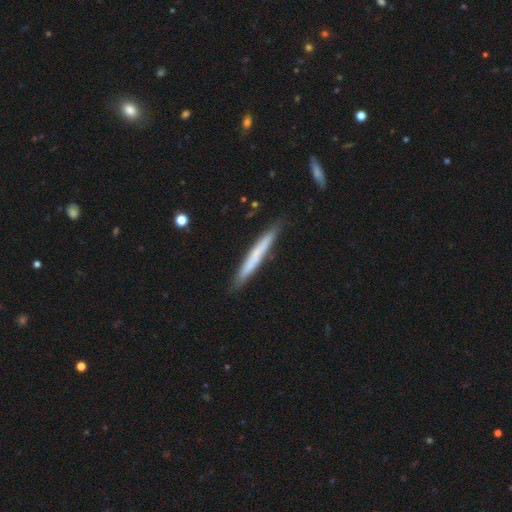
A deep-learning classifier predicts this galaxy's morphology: Smooth or featured? smooth (56%)
How rounded? cigar-shaped (96%)
Merging? none (86%)